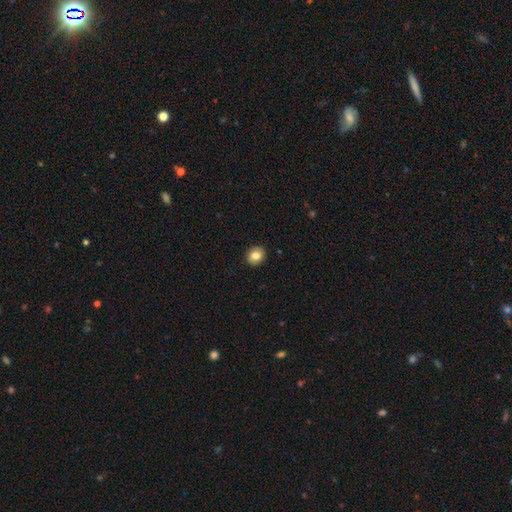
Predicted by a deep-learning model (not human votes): smooth_or_featured: smooth (p=0.82) [alt: star or artifact p=0.09]
how_rounded: round (p=0.72) [alt: in between p=0.27]
merging: none (p=0.91) [alt: minor disturbance p=0.06]